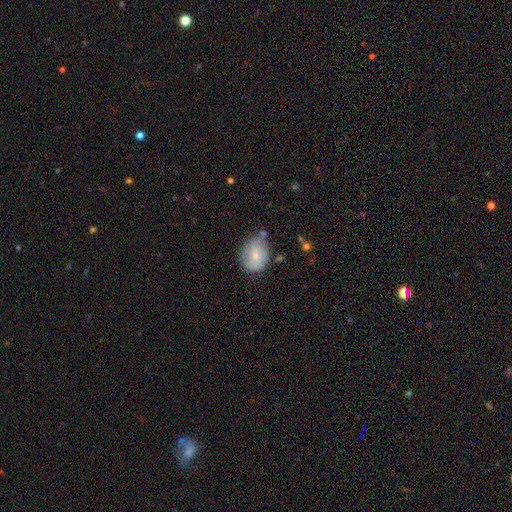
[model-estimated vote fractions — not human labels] smooth_or_featured: smooth (p=0.56) [alt: featured or disk p=0.36]
how_rounded: in between (p=0.52) [alt: round p=0.47]
merging: none (p=0.54) [alt: minor disturbance p=0.32]